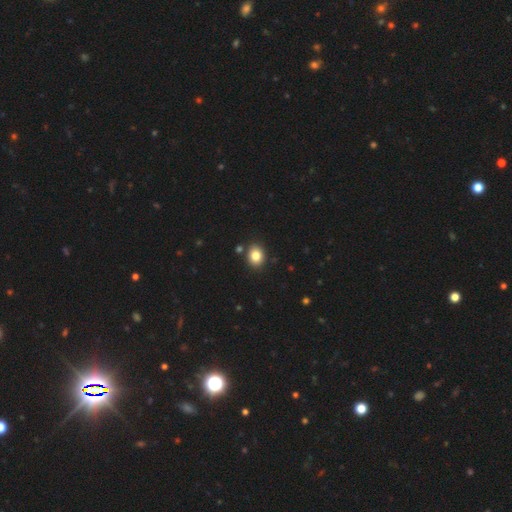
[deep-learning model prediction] Overall: smooth (83%). How rounded: round (56%; in between 43%). Merging: none (86%).